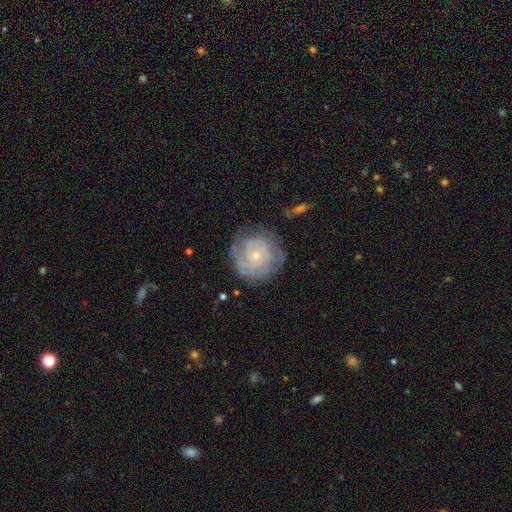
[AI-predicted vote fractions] A featured or disk galaxy (77%) with no bar (79%), tight (73%) spiral arms (91%) and a small central bulge (76%).

Vote fractions:
- Smooth or featured? featured or disk: 77% / smooth: 17% / star or artifact: 7%
- Edge-on disk? no: 98% / yes: 2%
- Bar? no: 79% / weak: 18% / strong: 3%
- Spiral arms? yes: 91% / no: 9%
- Spiral winding? tight: 73% / medium: 21% / loose: 6%
- Spiral arm count? can't tell: 40% / 2: 22% / 3: 18% / 4: 9% / 1: 6% / more than 4: 5%
- Bulge size? small: 76% / moderate: 20% / none: 2% / large: 1% / dominant: 1%
- Merging? none: 75% / minor disturbance: 17% / major disturbance: 7% / merger: 1%